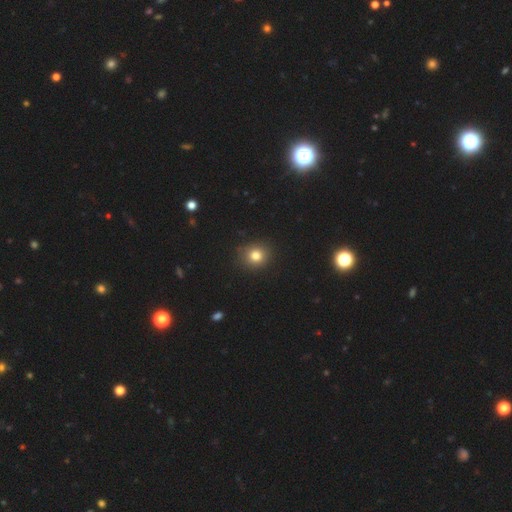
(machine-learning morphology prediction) Smooth or featured? smooth (79%)
How rounded? round (85%)
Merging? none (88%)